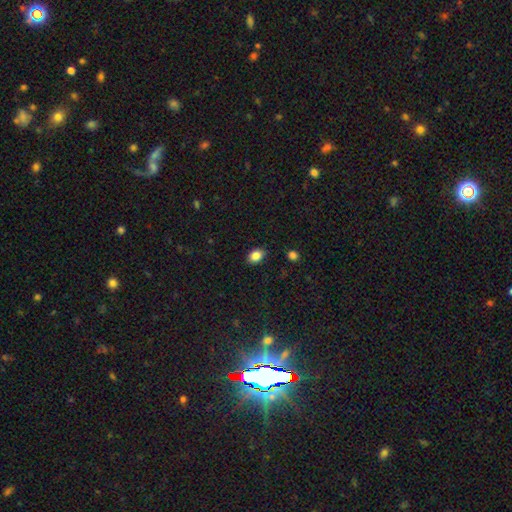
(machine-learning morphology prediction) smooth_or_featured: smooth (p=0.85) [alt: star or artifact p=0.09]
how_rounded: in between (p=0.76) [alt: round p=0.23]
merging: none (p=0.86) [alt: minor disturbance p=0.10]